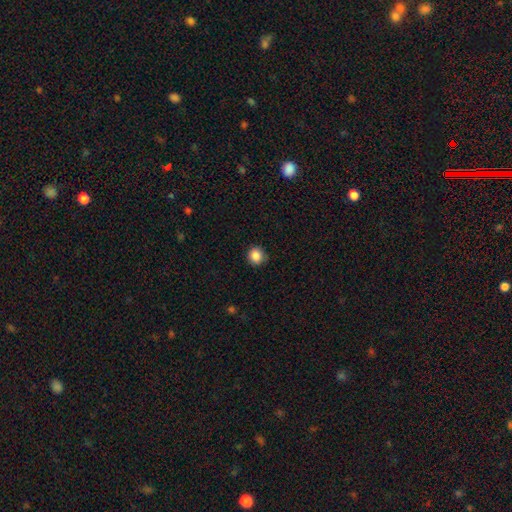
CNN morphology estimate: Smooth or featured: smooth — 86% (star or artifact — 10%)
How rounded: round — 88% (in between — 11%)
Merging: none — 85% (minor disturbance — 12%)